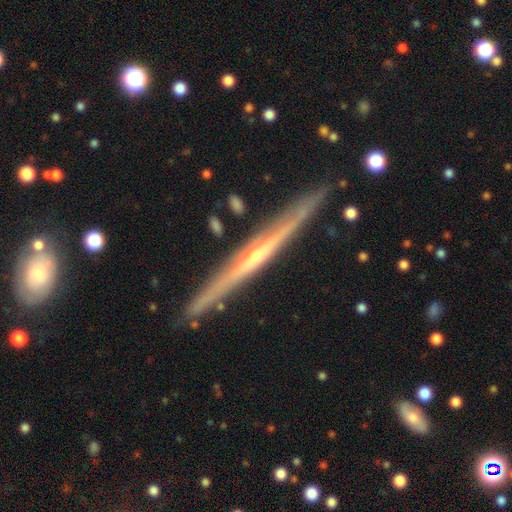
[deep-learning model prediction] This appears to be a featured or disk galaxy (81%) viewed edge-on (97%) with a rounded central bulge (55%). Merging: none (89%).